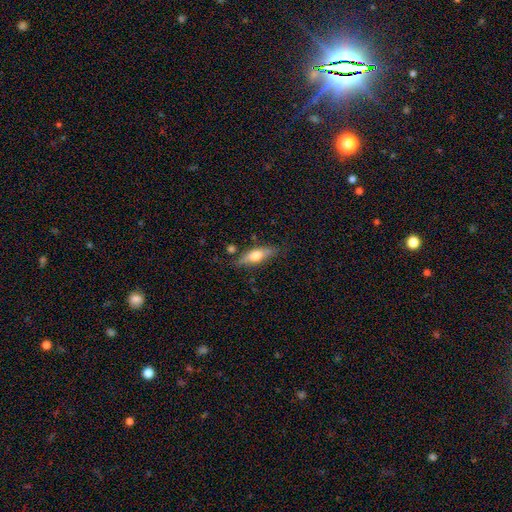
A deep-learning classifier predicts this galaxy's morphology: type=smooth (57%); roundness=in between (49%); merging=none (76%).